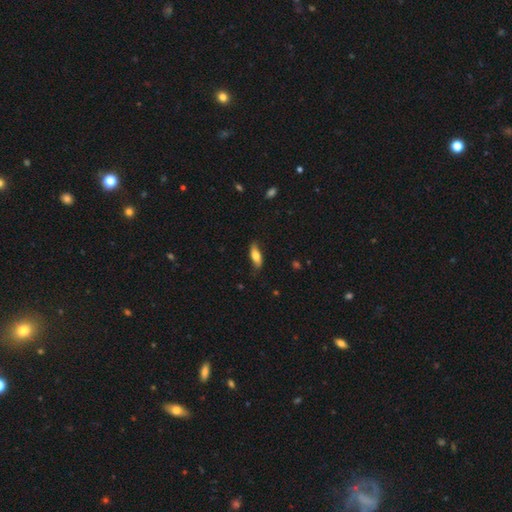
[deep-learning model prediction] Q: Smooth or featured?
A: smooth (65%); runner-up: featured or disk (29%)
Q: How rounded?
A: in between (66%); runner-up: cigar-shaped (31%)
Q: Merging?
A: none (71%); runner-up: minor disturbance (22%)